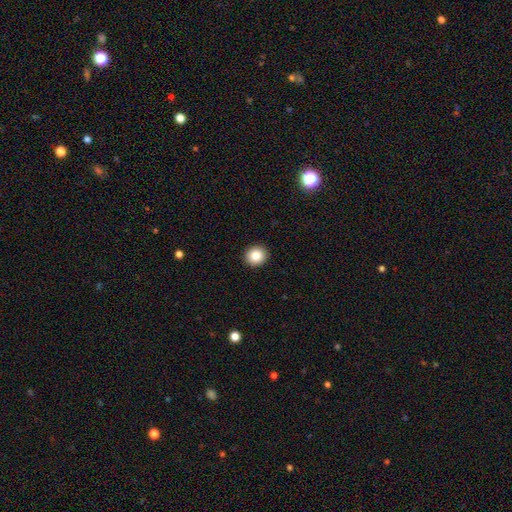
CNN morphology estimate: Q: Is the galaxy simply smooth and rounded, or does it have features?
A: smooth — 85%.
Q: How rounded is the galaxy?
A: round — 83%.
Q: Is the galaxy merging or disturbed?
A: none — 92%.